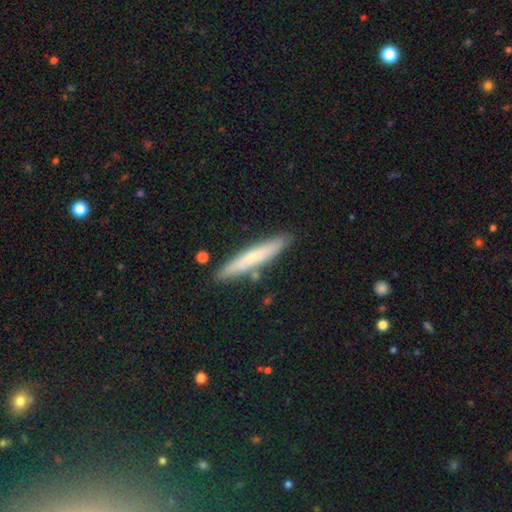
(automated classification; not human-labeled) The model was most divided on "smooth or featured": smooth: 64%, featured or disk: 30%, star or artifact: 6%. More confident: how rounded — cigar-shaped (93%); merging — none (85%).